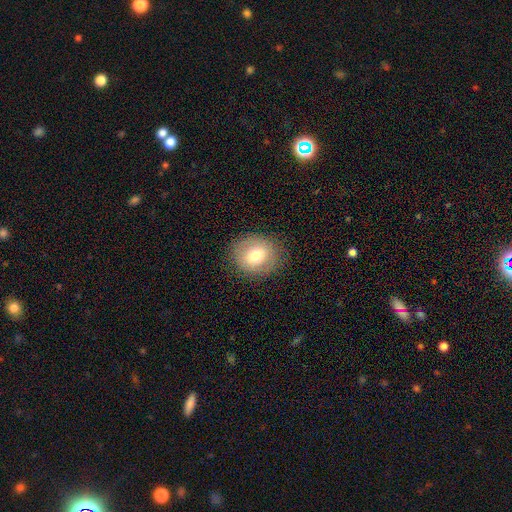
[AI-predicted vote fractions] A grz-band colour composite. It shows a smooth galaxy with no disk features (69%) that is round (70%). Merging: none (83%).